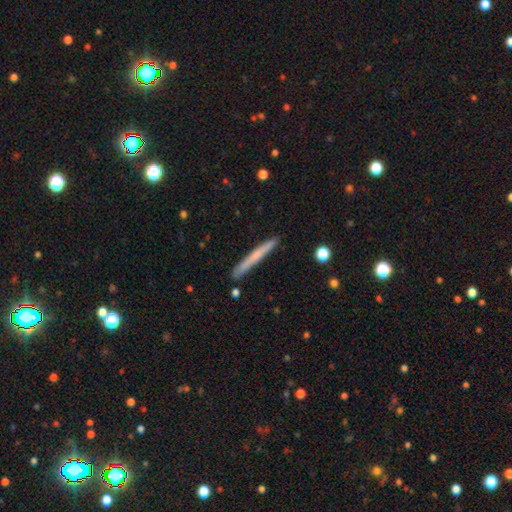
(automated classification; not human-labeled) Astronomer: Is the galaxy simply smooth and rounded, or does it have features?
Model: smooth — 58% (runner-up: featured or disk, 36%).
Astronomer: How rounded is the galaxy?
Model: cigar-shaped — 97%.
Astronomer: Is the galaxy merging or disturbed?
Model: none — 89%.